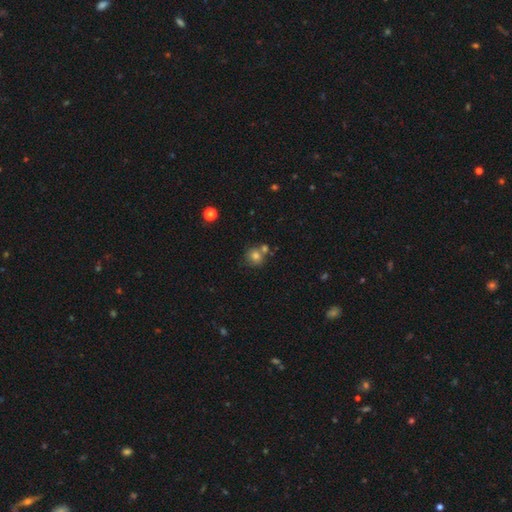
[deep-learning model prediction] Overall: smooth (77%). How rounded: round (85%). Merging: none (60%; merger 25%).